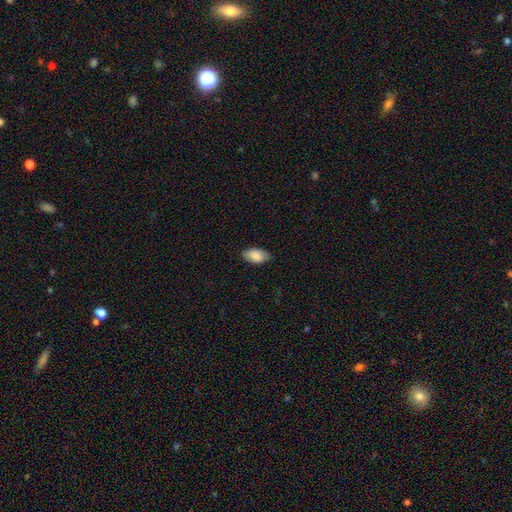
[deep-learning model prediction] Smooth or featured?
  - smooth: 85% *
  - featured or disk: 8%
  - star or artifact: 6%
How rounded?
  - in between: 95% *
  - round: 3%
  - cigar-shaped: 3%
Merging?
  - none: 82% *
  - minor disturbance: 15%
  - major disturbance: 3%
  - merger: 1%